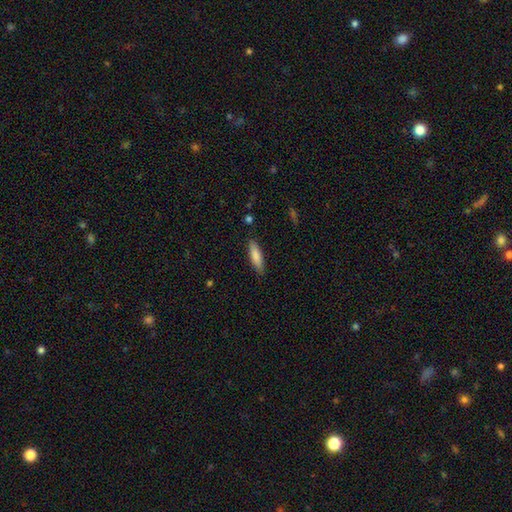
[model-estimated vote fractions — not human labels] smooth-or-featured: smooth: 83% | featured or disk: 12% | star or artifact: 6%
  how-rounded: cigar-shaped: 60% | in between: 39% | round: 1%
  merging: none: 86% | minor disturbance: 10% | major disturbance: 2% | merger: 1%